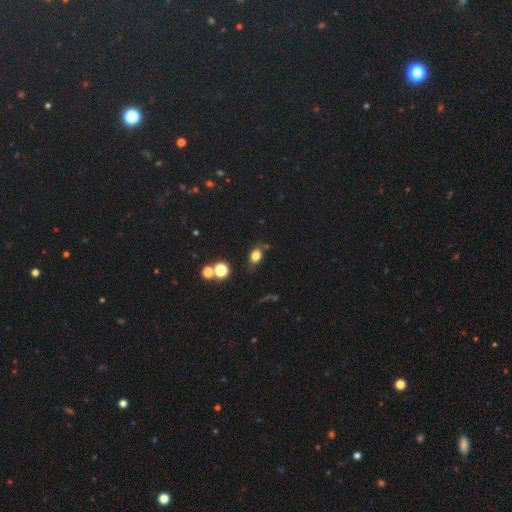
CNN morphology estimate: smooth-or-featured: smooth: 78% | star or artifact: 14% | featured or disk: 8%
  how-rounded: in between: 66% | round: 33% | cigar-shaped: 2%
  merging: none: 69% | minor disturbance: 18% | merger: 7% | major disturbance: 6%